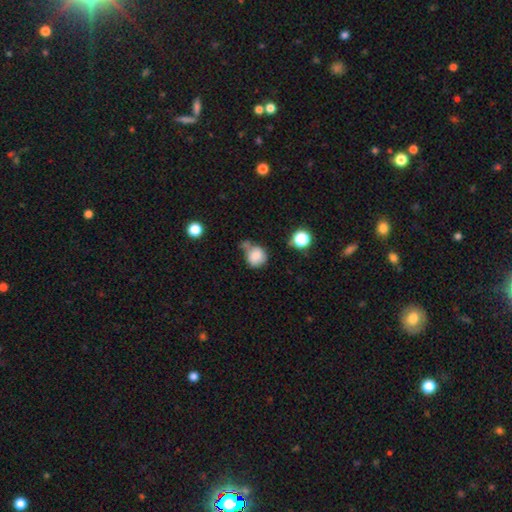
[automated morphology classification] Smooth or featured?
  - smooth: 82% *
  - star or artifact: 10%
  - featured or disk: 8%
How rounded?
  - round: 79% *
  - in between: 20%
  - cigar-shaped: 1%
Merging?
  - none: 41% *
  - minor disturbance: 26%
  - merger: 22%
  - major disturbance: 11%